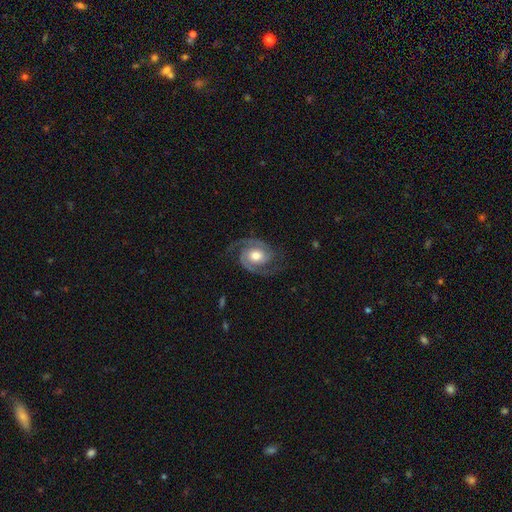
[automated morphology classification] Smooth or featured? featured or disk (90%)
Edge-on disk? no (98%)
Bar? no (65%)
Spiral arms? yes (98%)
Spiral winding? medium (54%)
Spiral arm count? 2 (93%)
Bulge size? moderate (65%)
Merging? none (78%)